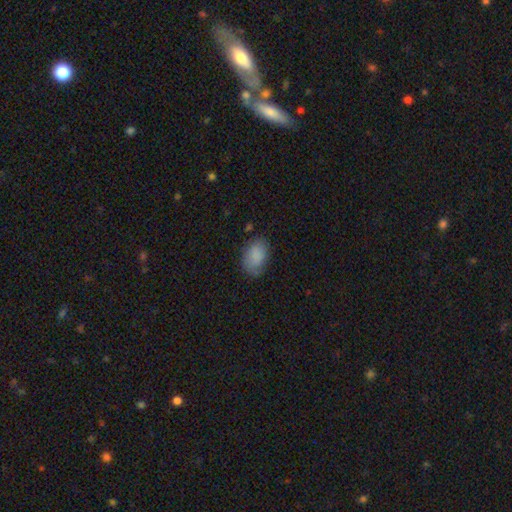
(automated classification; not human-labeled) smooth-or-featured: smooth: 85% | star or artifact: 8% | featured or disk: 8%
  how-rounded: in between: 88% | round: 11% | cigar-shaped: 1%
  merging: none: 68% | minor disturbance: 24% | major disturbance: 6% | merger: 2%